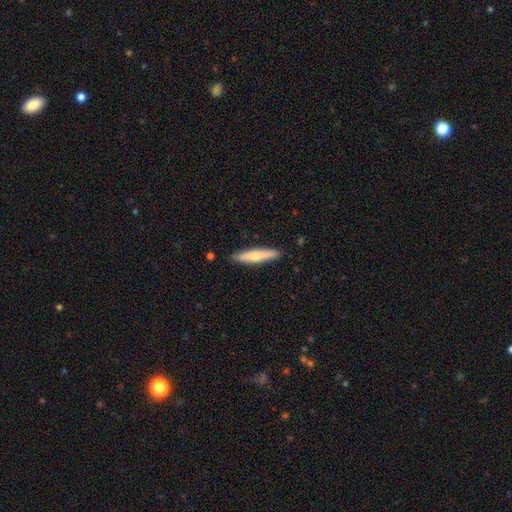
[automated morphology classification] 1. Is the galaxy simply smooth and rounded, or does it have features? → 67% smooth, 28% featured or disk, 5% star or artifact.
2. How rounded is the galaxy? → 87% cigar-shaped, 12% in between, 1% round.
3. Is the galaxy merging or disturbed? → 89% none, 8% minor disturbance, 2% major disturbance, 1% merger.